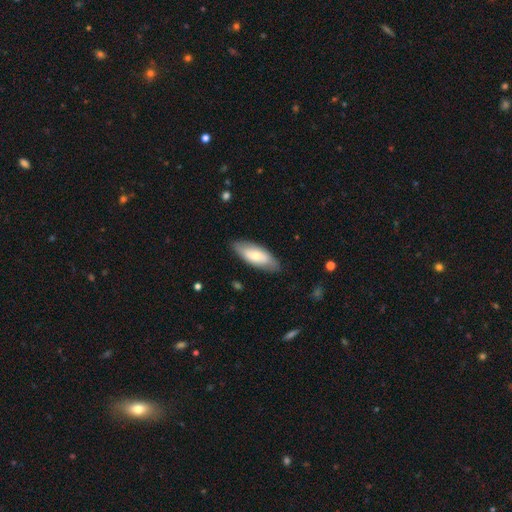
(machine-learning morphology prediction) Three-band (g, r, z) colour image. It shows a smooth galaxy with no disk features (65%) that is in between round and cigar-shaped (77%). Merging: none (83%).